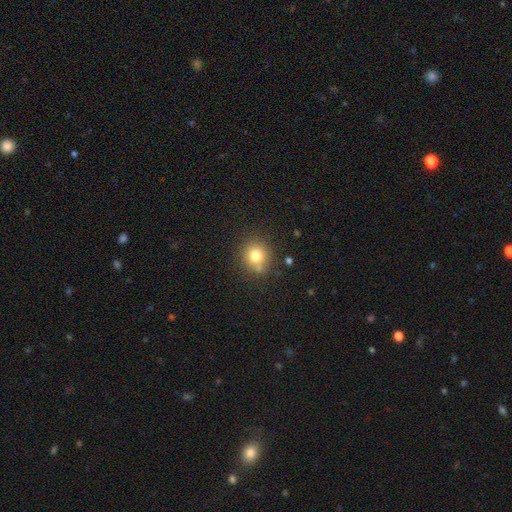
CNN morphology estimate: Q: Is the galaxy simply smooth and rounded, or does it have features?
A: smooth — 77%.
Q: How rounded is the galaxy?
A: round — 86%.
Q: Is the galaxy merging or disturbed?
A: none — 77%.